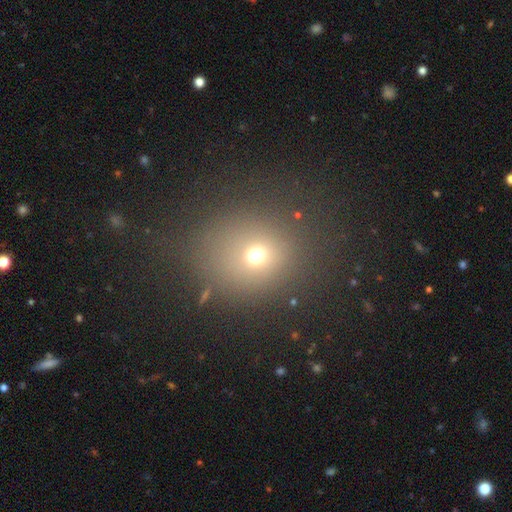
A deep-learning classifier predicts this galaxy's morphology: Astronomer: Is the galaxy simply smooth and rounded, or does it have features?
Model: smooth — 66%.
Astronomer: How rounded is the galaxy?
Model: round — 75%.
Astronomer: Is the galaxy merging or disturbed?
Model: none — 74%.